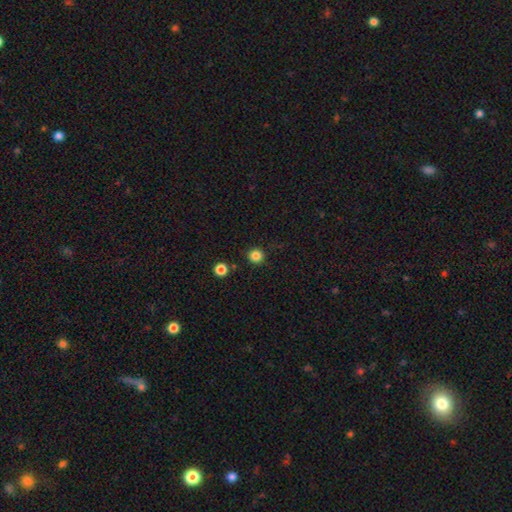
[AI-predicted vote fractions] A smooth galaxy with no disk features (84%) that is round (94%).

Vote fractions:
- Smooth or featured? smooth: 84% / star or artifact: 13% / featured or disk: 4%
- How rounded? round: 94% / in between: 5% / cigar-shaped: 1%
- Merging? none: 89% / minor disturbance: 6% / merger: 2% / major disturbance: 2%